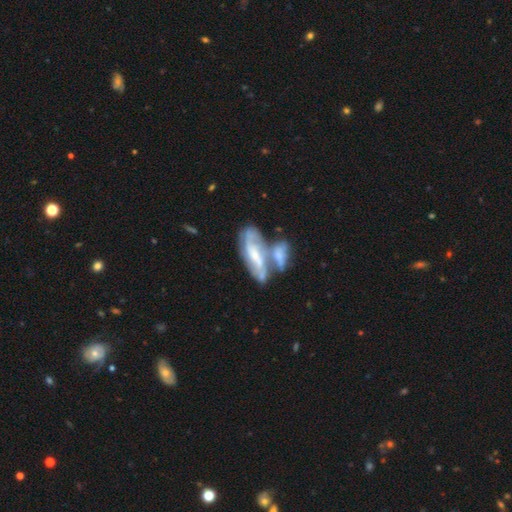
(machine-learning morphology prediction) Smooth or featured?
  - featured or disk: 68% *
  - smooth: 25%
  - star or artifact: 7%
Edge-on disk?
  - no: 87% *
  - yes: 13%
Bar?
  - no: 41% *
  - weak: 35%
  - strong: 24%
Spiral arms?
  - yes: 72% *
  - no: 28%
Bulge size?
  - small: 44% *
  - moderate: 36%
  - none: 13%
  - large: 5%
  - dominant: 2%
Merging?
  - merger: 61% *
  - none: 20%
  - minor disturbance: 10%
  - major disturbance: 9%